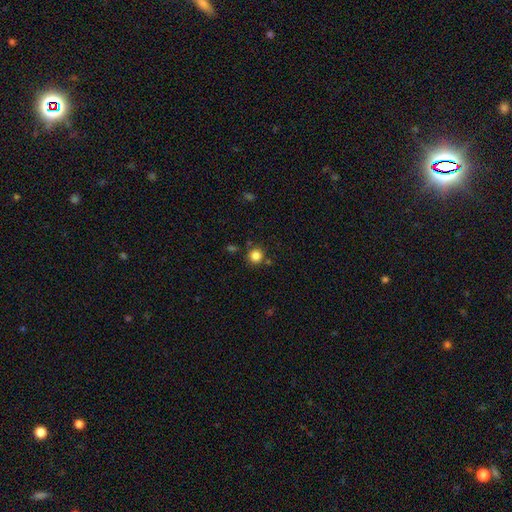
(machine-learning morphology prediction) type=smooth (84%); roundness=round (93%); merging=none (82%).